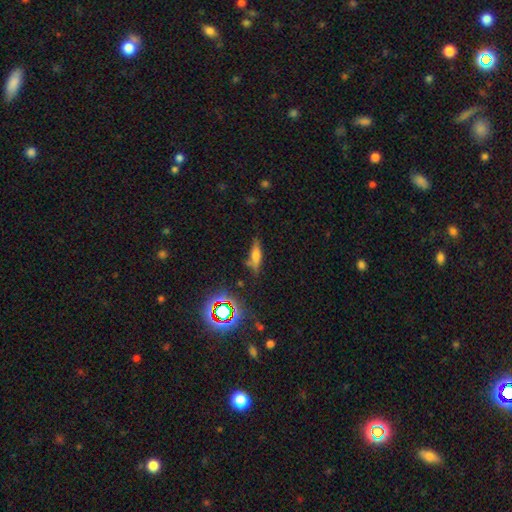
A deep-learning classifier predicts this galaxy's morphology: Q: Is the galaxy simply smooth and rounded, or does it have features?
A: smooth — 57%.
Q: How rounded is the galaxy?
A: cigar-shaped — 51%.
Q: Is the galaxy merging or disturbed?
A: none — 66%.